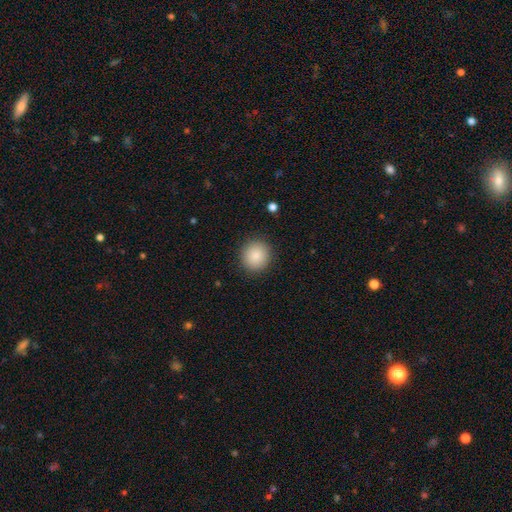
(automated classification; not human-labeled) smooth-or-featured: smooth: 87% | star or artifact: 9% | featured or disk: 4%
  how-rounded: round: 91% | in between: 8% | cigar-shaped: 1%
  merging: none: 91% | minor disturbance: 6% | major disturbance: 2% | merger: 1%